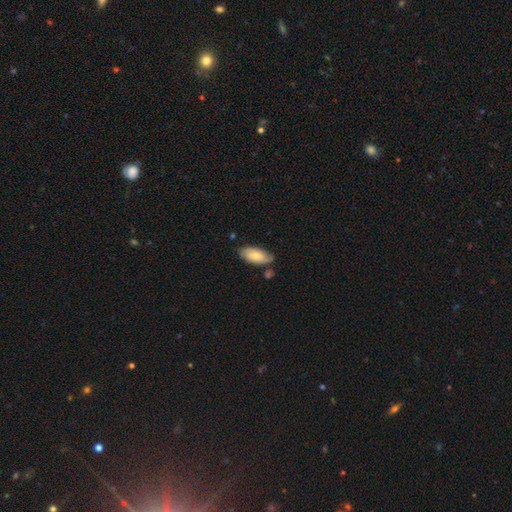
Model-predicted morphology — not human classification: smooth_or_featured: smooth (p=0.65) [alt: featured or disk p=0.29]
how_rounded: in between (p=0.90) [alt: cigar-shaped p=0.07]
merging: none (p=0.68) [alt: minor disturbance p=0.22]